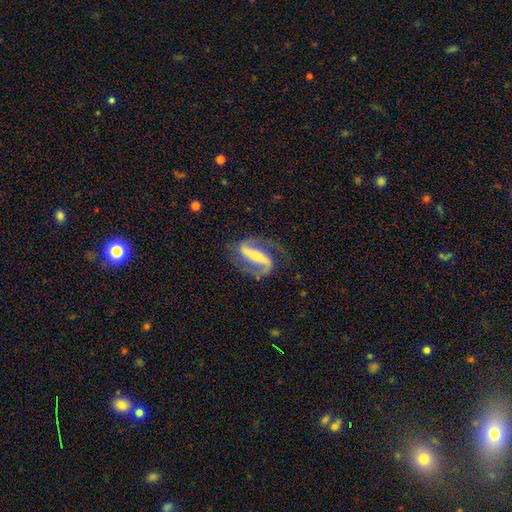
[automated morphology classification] type=featured or disk (88%); edge-on=no (93%); bar=strong (68%); spiral arms=yes (96%); winding=loose (43%); arm count=2 (92%); bulge=small (66%); merging=none (76%).